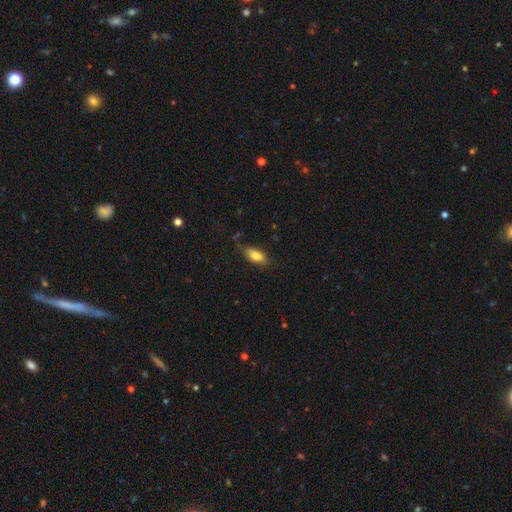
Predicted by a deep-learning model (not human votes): A smooth galaxy with no disk features (80%) that is in between round and cigar-shaped (84%). Merging: none (71%).